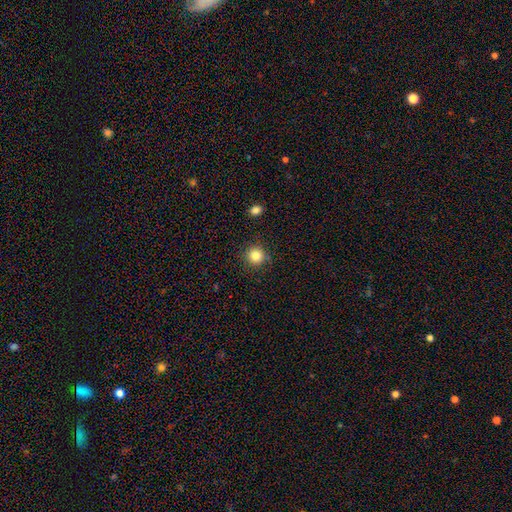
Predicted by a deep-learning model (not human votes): A smooth galaxy with no disk features (83%) that is round (94%).

Vote fractions:
- Smooth or featured? smooth: 83% / star or artifact: 12% / featured or disk: 6%
- How rounded? round: 94% / in between: 5% / cigar-shaped: 1%
- Merging? none: 87% / minor disturbance: 9% / major disturbance: 2% / merger: 2%